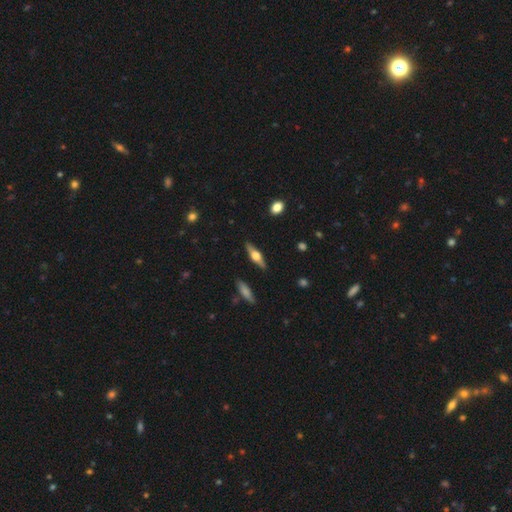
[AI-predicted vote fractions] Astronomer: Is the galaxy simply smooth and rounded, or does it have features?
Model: featured or disk — 62%.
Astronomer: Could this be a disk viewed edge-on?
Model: yes — 94%.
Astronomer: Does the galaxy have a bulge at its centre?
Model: rounded — 94%.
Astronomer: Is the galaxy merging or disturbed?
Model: none — 87%.